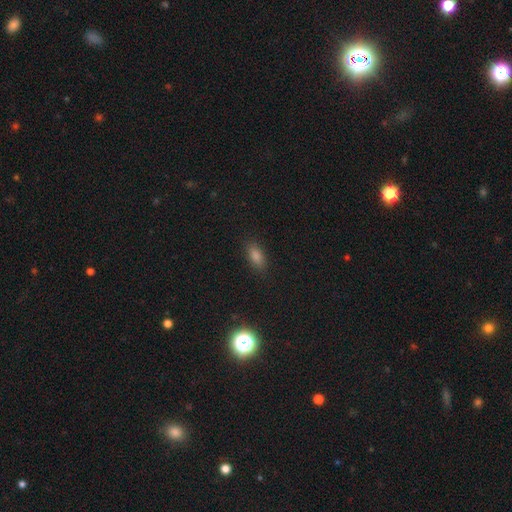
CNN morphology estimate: This appears to be a smooth galaxy with no disk features (76%) that is in between round and cigar-shaped (81%). Merging: none (87%).